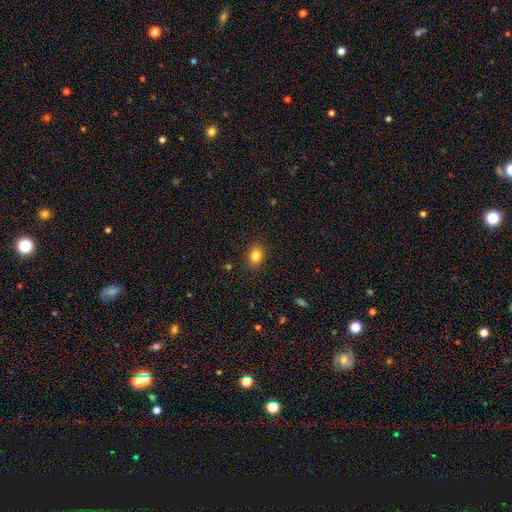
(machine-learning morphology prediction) Smooth or featured? smooth (83%)
How rounded? in between (56%)
Merging? none (88%)